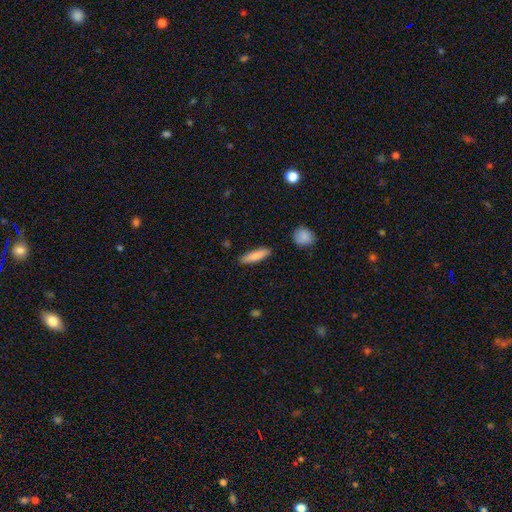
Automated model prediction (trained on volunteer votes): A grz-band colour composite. It shows a smooth galaxy with no disk features (83%) that is cigar-shaped (69%). Merging: none (87%).